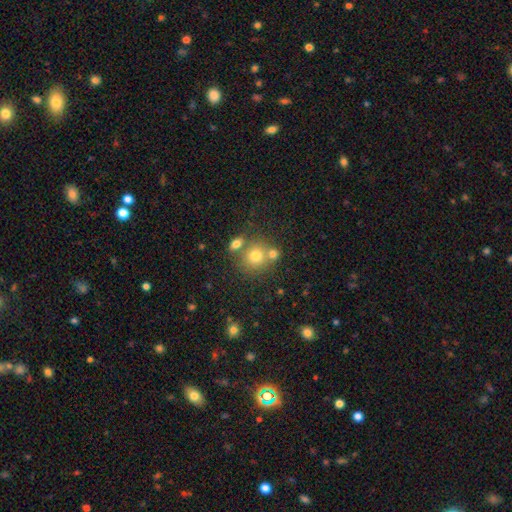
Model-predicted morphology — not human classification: smooth 74%, star or artifact 15%, featured or disk 12%. Down the decision tree: how rounded — round (84%); merging — none (57%).